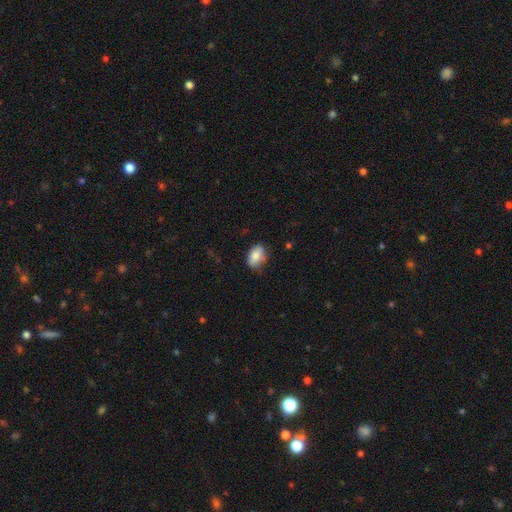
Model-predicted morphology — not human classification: Smooth or featured?
  - smooth: 81% *
  - featured or disk: 11%
  - star or artifact: 8%
How rounded?
  - in between: 84% *
  - round: 14%
  - cigar-shaped: 2%
Merging?
  - none: 66% *
  - minor disturbance: 27%
  - major disturbance: 5%
  - merger: 2%